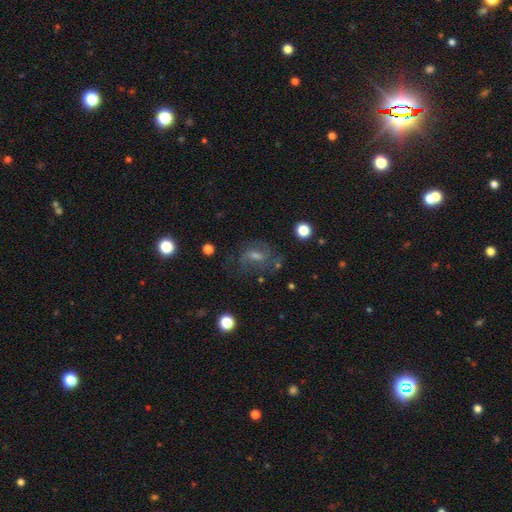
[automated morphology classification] This appears to be a featured or disk galaxy (60%) with a weak bar (52%), spiral arms (81%) and a moderate central bulge (42%). Merging: none (60%).